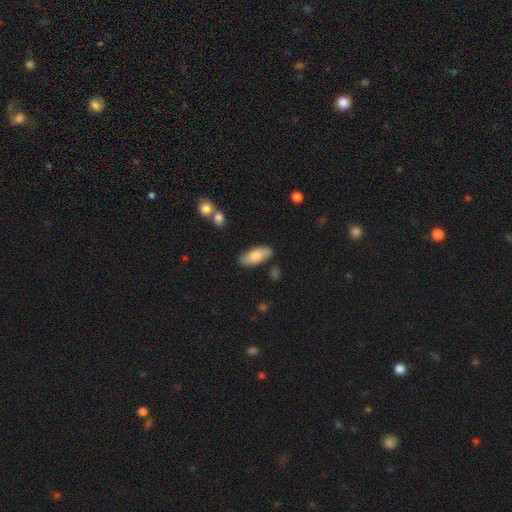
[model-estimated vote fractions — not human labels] smooth-or-featured: smooth: 73% | featured or disk: 21% | star or artifact: 6%
  how-rounded: in between: 84% | cigar-shaped: 14% | round: 2%
  merging: none: 82% | minor disturbance: 13% | merger: 3% | major disturbance: 3%